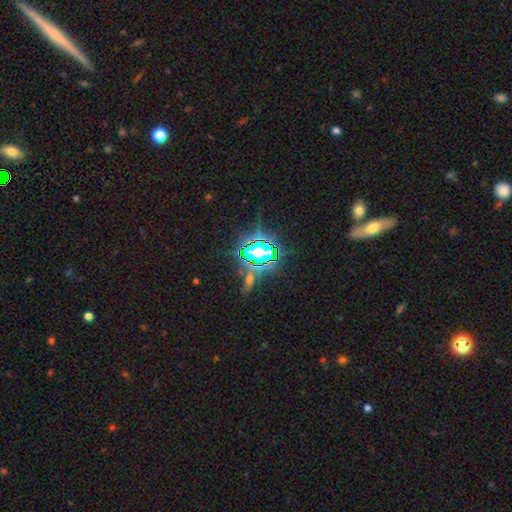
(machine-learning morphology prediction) Smooth or featured: star or artifact — 75% (smooth — 15%)